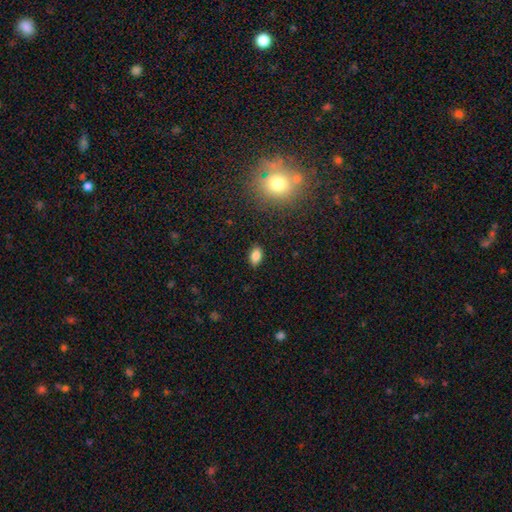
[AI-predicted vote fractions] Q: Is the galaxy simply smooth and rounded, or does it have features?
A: smooth — 84%.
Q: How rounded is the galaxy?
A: in between — 89%.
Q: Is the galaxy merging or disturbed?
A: none — 86%.